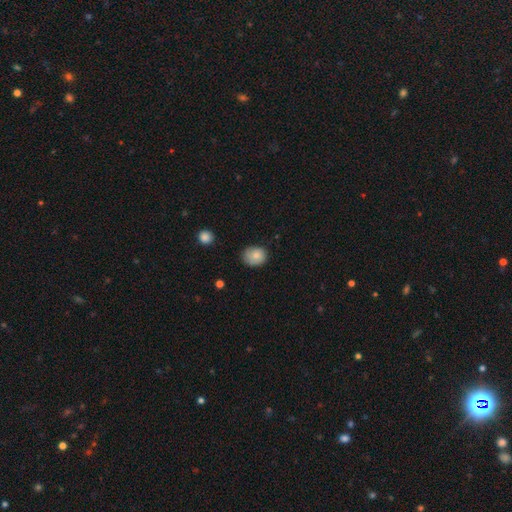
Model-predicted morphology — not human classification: smooth-or-featured: smooth: 80% | featured or disk: 11% | star or artifact: 8%
  how-rounded: round: 57% | in between: 42% | cigar-shaped: 1%
  merging: none: 66% | minor disturbance: 28% | major disturbance: 5% | merger: 1%